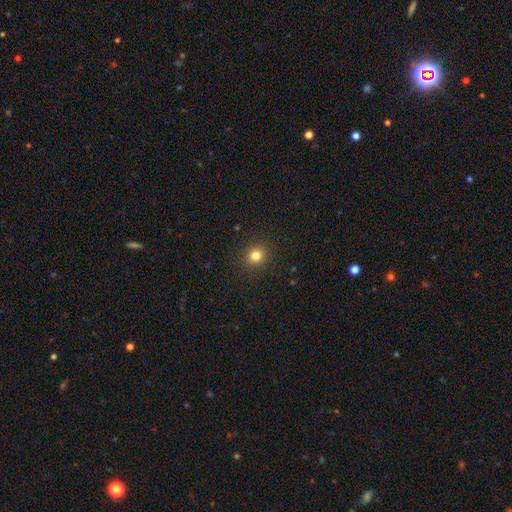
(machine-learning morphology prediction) type=smooth (81%); roundness=round (89%); merging=none (91%).